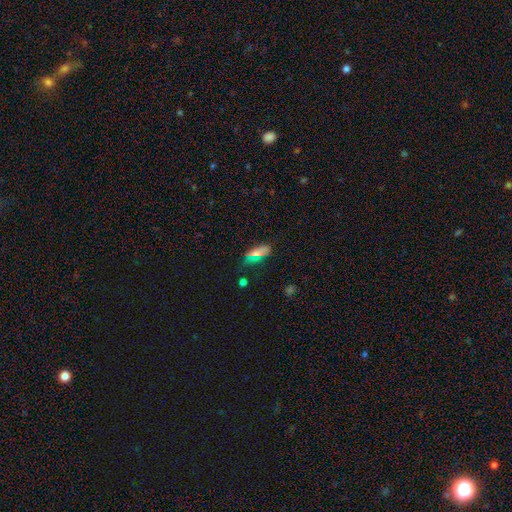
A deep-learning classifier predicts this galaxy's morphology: Smooth or featured? smooth (65%)
How rounded? in between (74%)
Merging? none (74%)